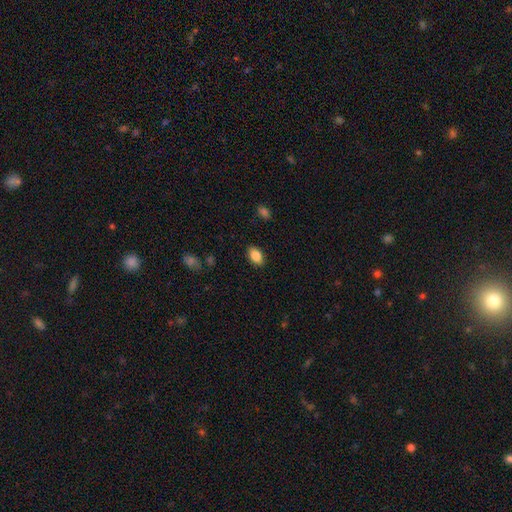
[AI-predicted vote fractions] Q: Smooth or featured?
A: smooth (88%); runner-up: star or artifact (8%)
Q: How rounded?
A: in between (90%); runner-up: round (8%)
Q: Merging?
A: none (87%); runner-up: minor disturbance (10%)